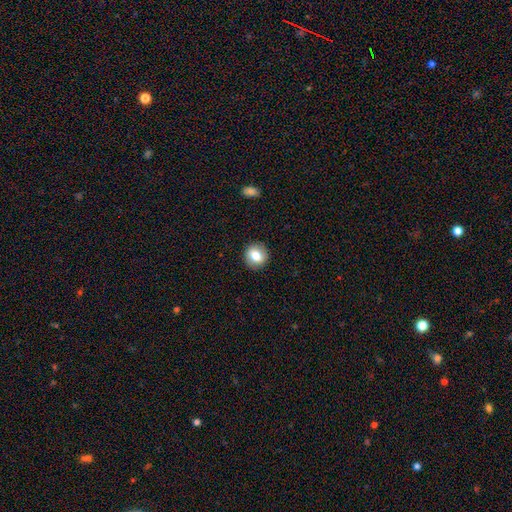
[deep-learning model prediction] Smooth or featured?
  - smooth: 76% *
  - featured or disk: 15%
  - star or artifact: 9%
How rounded?
  - round: 86% *
  - in between: 13%
  - cigar-shaped: 1%
Merging?
  - none: 90% *
  - minor disturbance: 7%
  - major disturbance: 2%
  - merger: 1%